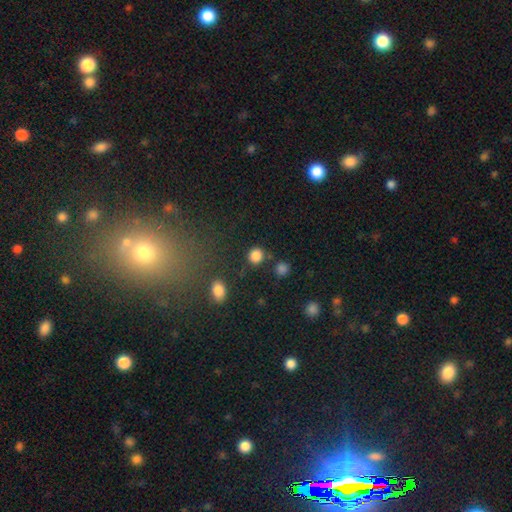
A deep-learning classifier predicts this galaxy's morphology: Smooth or featured: smooth — 85% (star or artifact — 11%)
How rounded: round — 87% (in between — 12%)
Merging: none — 80% (minor disturbance — 9%)